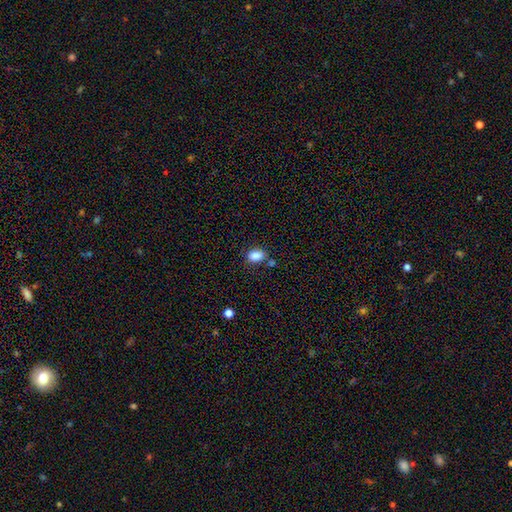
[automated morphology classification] Smooth or featured: smooth — 87% (star or artifact — 9%)
How rounded: in between — 79% (round — 19%)
Merging: none — 71% (minor disturbance — 15%)